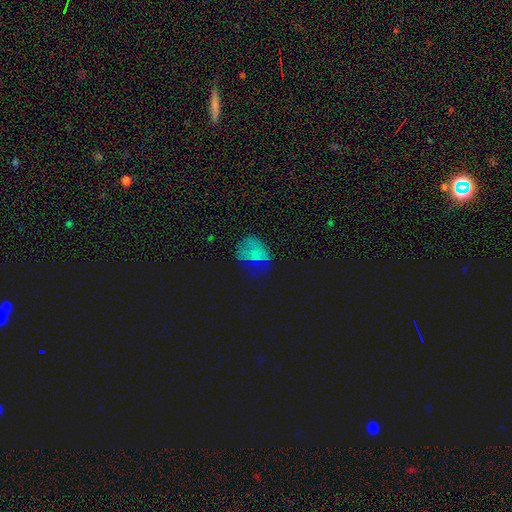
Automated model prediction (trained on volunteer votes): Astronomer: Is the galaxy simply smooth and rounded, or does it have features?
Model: smooth — 54%.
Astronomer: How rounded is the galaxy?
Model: in between — 58% (runner-up: round, 39%).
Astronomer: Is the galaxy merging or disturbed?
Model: none — 42% (runner-up: major disturbance, 27%).